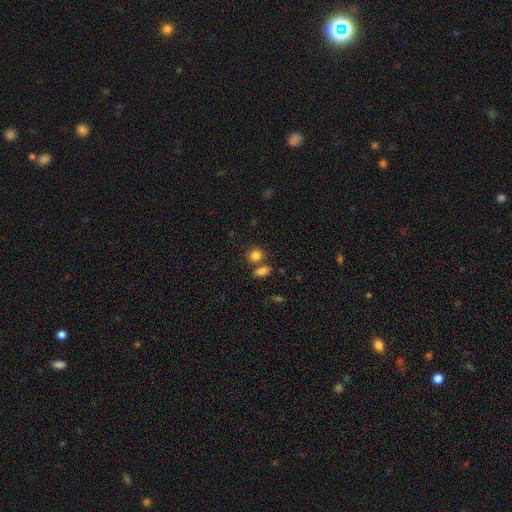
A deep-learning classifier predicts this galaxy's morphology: Overall: smooth (84%). How rounded: round (64%; in between 35%). Merging: none (62%; merger 24%).